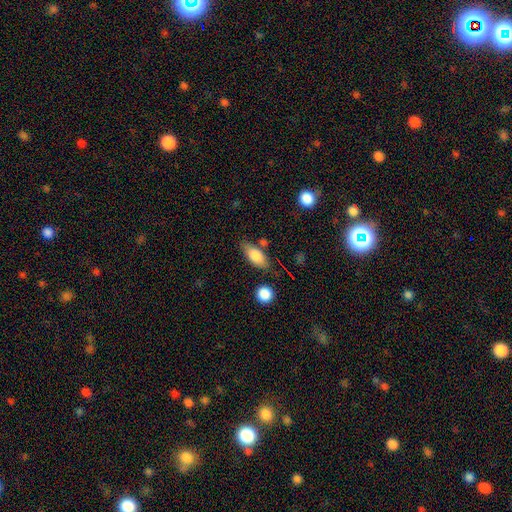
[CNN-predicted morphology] smooth-or-featured: smooth: 79% | featured or disk: 14% | star or artifact: 7%
  how-rounded: in between: 83% | cigar-shaped: 14% | round: 3%
  merging: none: 73% | minor disturbance: 16% | merger: 6% | major disturbance: 4%